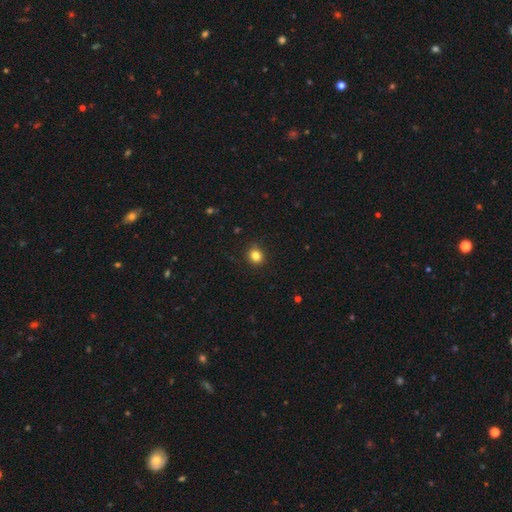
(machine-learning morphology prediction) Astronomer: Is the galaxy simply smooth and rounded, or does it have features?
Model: smooth — 83%.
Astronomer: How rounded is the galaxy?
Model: round — 74%.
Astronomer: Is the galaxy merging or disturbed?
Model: none — 89%.